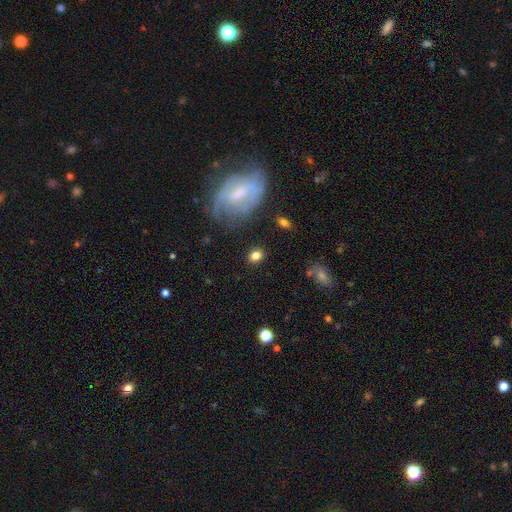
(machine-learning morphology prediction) This appears to be a smooth galaxy with no disk features (76%) that is round (54%). Merging: none (83%).